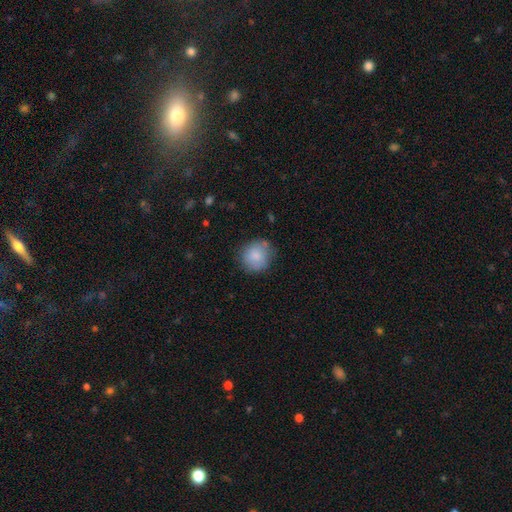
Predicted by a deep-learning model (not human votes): Smooth or featured: smooth — 85% (featured or disk — 7%)
How rounded: round — 87% (in between — 12%)
Merging: none — 78% (minor disturbance — 15%)